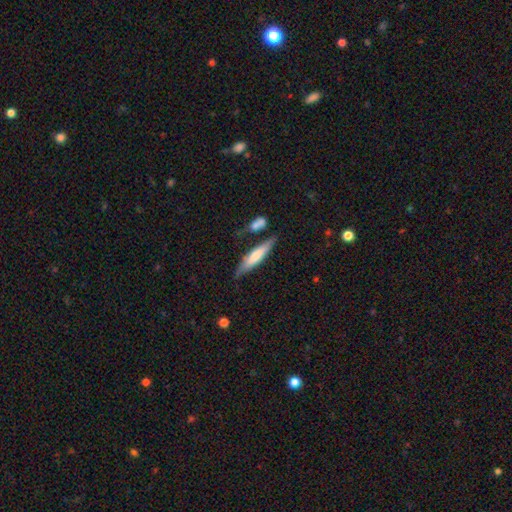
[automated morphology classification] smooth-or-featured: smooth: 56% | featured or disk: 39% | star or artifact: 6%
  how-rounded: cigar-shaped: 81% | in between: 17% | round: 2%
  merging: none: 67% | minor disturbance: 18% | merger: 10% | major disturbance: 5%